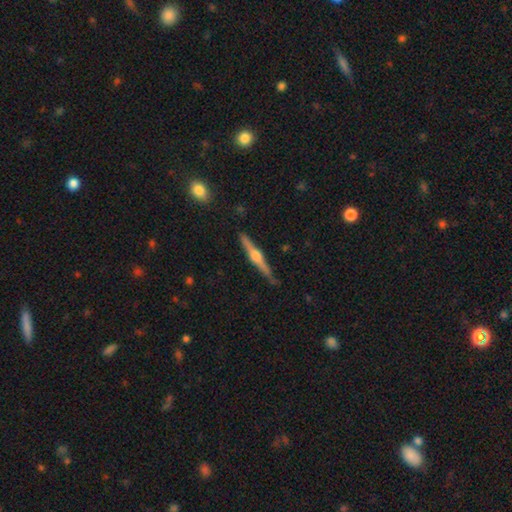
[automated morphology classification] Q: Smooth or featured?
A: featured or disk (77%); runner-up: smooth (17%)
Q: Edge-on disk?
A: yes (98%); runner-up: no (2%)
Q: Edge-on bulge?
A: rounded (93%); runner-up: boxy (5%)
Q: Merging?
A: none (87%); runner-up: minor disturbance (9%)